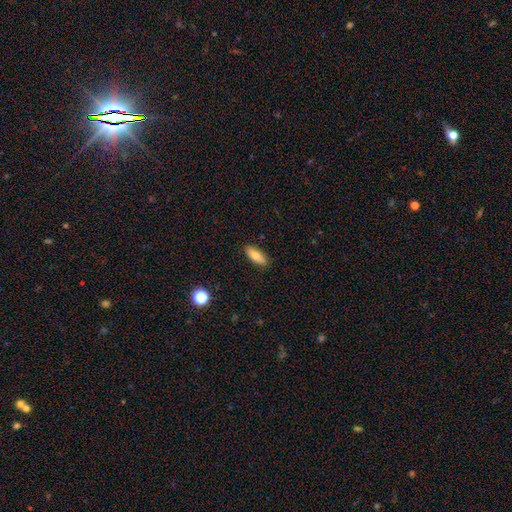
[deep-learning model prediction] This is clearly a smooth galaxy (81%). How rounded: likely in between (71%). Merging: clearly none (88%).